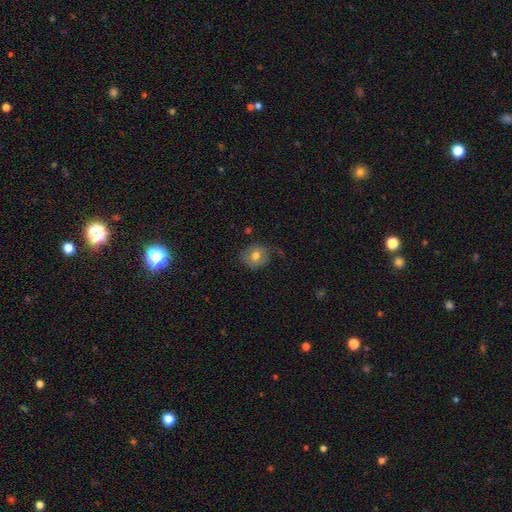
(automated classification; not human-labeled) This appears to be a smooth galaxy with no disk features (68%) that is round (76%). Merging: none (63%).